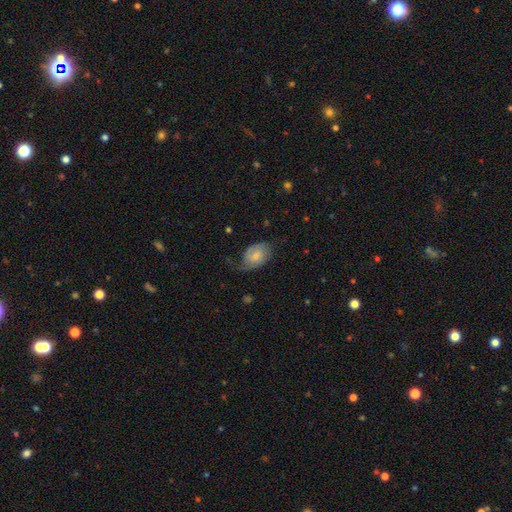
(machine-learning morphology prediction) This is possibly a smooth galaxy (52%). How rounded: clearly in between (84%). Merging: possibly none (46%).